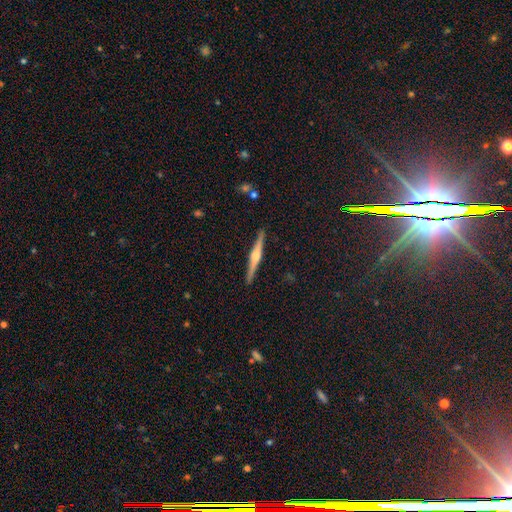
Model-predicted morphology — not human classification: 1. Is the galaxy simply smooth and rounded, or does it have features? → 77% featured or disk, 17% smooth, 6% star or artifact.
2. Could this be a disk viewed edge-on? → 98% yes, 2% no.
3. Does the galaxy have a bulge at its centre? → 79% rounded, 15% boxy, 6% none.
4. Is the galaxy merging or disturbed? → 91% none, 6% minor disturbance, 1% major disturbance, 1% merger.